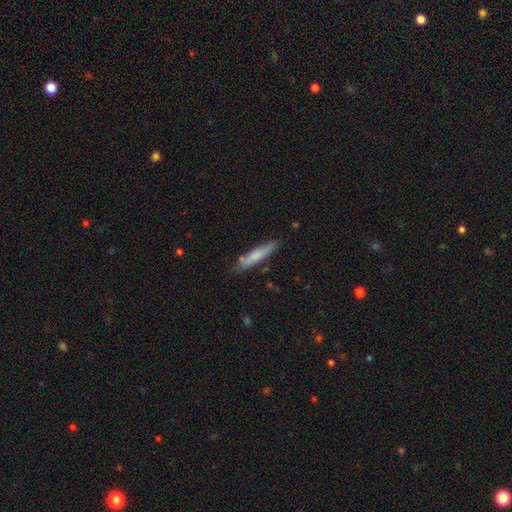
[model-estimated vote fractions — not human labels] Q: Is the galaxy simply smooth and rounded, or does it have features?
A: smooth — 68%.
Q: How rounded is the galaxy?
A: cigar-shaped — 85%.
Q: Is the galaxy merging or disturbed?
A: none — 74%.